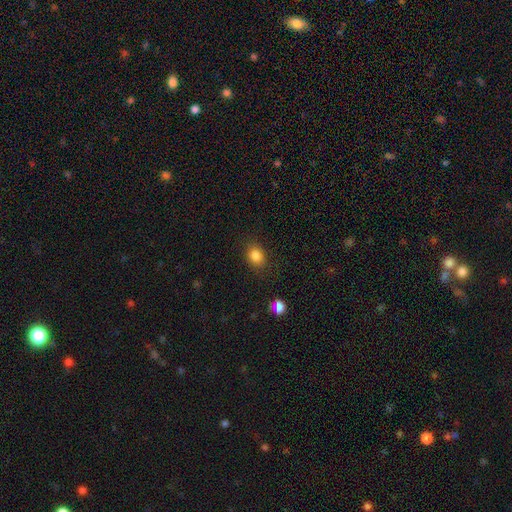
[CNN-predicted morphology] A smooth galaxy with no disk features (84%) that is in between round and cigar-shaped (51%).

Vote fractions:
- Smooth or featured? smooth: 84% / star or artifact: 11% / featured or disk: 5%
- How rounded? in between: 51% / round: 48% / cigar-shaped: 1%
- Merging? none: 84% / minor disturbance: 11% / major disturbance: 3% / merger: 2%